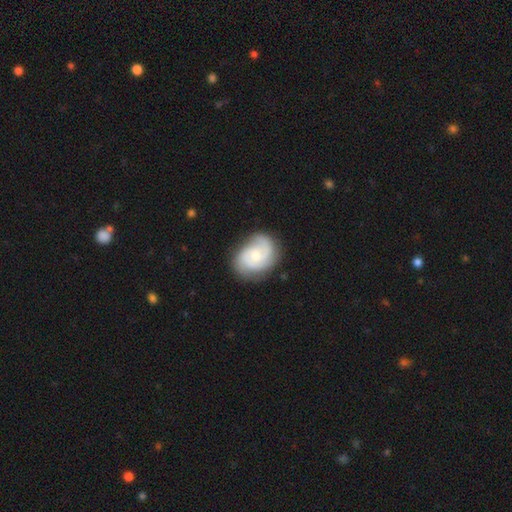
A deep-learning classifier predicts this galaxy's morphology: A featured or disk galaxy (79%) with no bar (66%), 2 (54%) tight (47%) spiral arms (95%) and a moderate central bulge (48%).

Vote fractions:
- Smooth or featured? featured or disk: 79% / smooth: 17% / star or artifact: 5%
- Edge-on disk? no: 98% / yes: 2%
- Bar? no: 66% / weak: 30% / strong: 4%
- Spiral arms? yes: 95% / no: 5%
- Spiral winding? tight: 47% / medium: 42% / loose: 11%
- Spiral arm count? 2: 54% / 3: 23% / can't tell: 13% / 1: 5% / 4: 3% / more than 4: 3%
- Bulge size? moderate: 48% / small: 47% / large: 2% / none: 2% / dominant: 1%
- Merging? none: 75% / minor disturbance: 18% / major disturbance: 6% / merger: 1%